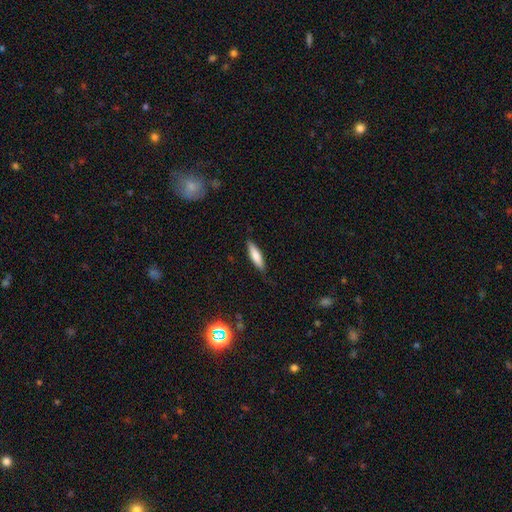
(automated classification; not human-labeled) Smooth or featured?
  - smooth: 76% *
  - featured or disk: 18%
  - star or artifact: 6%
How rounded?
  - cigar-shaped: 70% *
  - in between: 29%
  - round: 1%
Merging?
  - none: 83% *
  - minor disturbance: 13%
  - major disturbance: 3%
  - merger: 1%